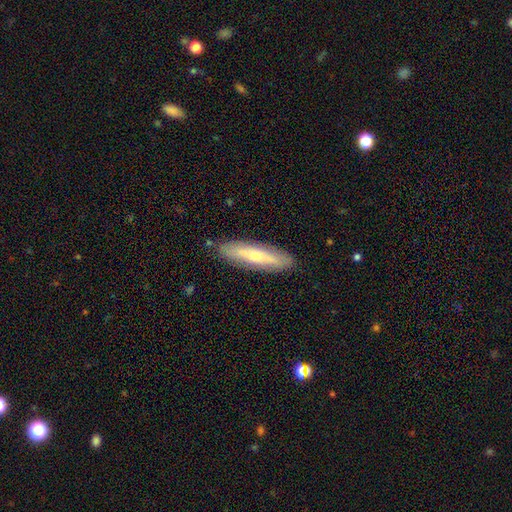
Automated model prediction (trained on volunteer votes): The model was most divided on "smooth or featured": smooth: 51%, featured or disk: 43%, star or artifact: 6%. More confident: merging — none (87%); how rounded — cigar-shaped (75%).